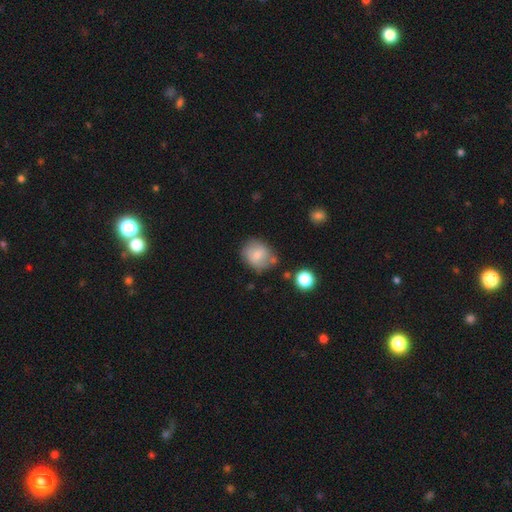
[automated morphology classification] smooth-or-featured: smooth: 69% | featured or disk: 21% | star or artifact: 10%
  how-rounded: round: 66% | in between: 33% | cigar-shaped: 1%
  merging: none: 67% | minor disturbance: 21% | merger: 7% | major disturbance: 5%